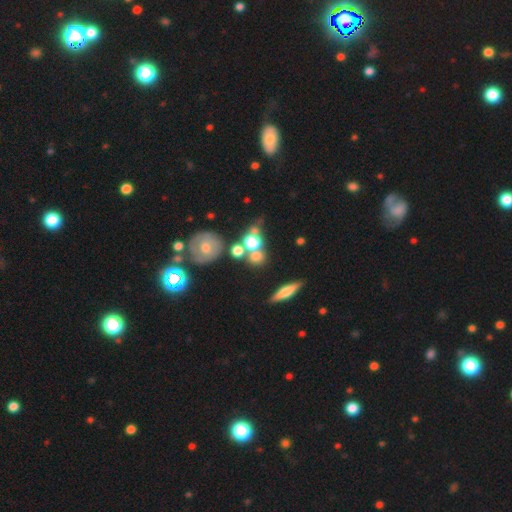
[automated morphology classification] Q: Smooth or featured?
A: smooth (66%); runner-up: star or artifact (17%)
Q: How rounded?
A: round (80%); runner-up: in between (17%)
Q: Merging?
A: none (47%); runner-up: merger (37%)